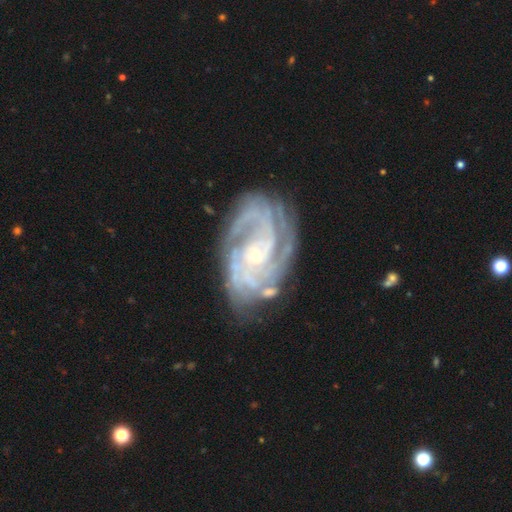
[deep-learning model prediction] Q: Smooth or featured?
A: featured or disk (90%); runner-up: star or artifact (5%)
Q: Edge-on disk?
A: no (97%); runner-up: yes (3%)
Q: Bar?
A: no (68%); runner-up: weak (24%)
Q: Spiral arms?
A: yes (98%); runner-up: no (2%)
Q: Spiral winding?
A: tight (66%); runner-up: medium (29%)
Q: Spiral arm count?
A: 2 (26%); runner-up: 3 (25%)
Q: Bulge size?
A: small (78%); runner-up: moderate (18%)
Q: Merging?
A: none (72%); runner-up: minor disturbance (19%)